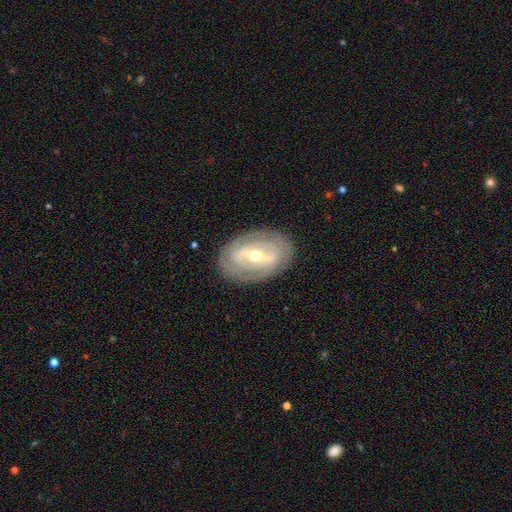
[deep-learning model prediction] A featured or disk galaxy (79%) with a strong bar (60%), spiral arms (60%) and a moderate central bulge (54%).

Vote fractions:
- Smooth or featured? featured or disk: 79% / smooth: 15% / star or artifact: 6%
- Edge-on disk? no: 92% / yes: 8%
- Bar? strong: 60% / weak: 29% / no: 11%
- Spiral arms? yes: 60% / no: 40%
- Bulge size? moderate: 54% / small: 42% / large: 2% / dominant: 1% / none: 1%
- Merging? none: 83% / minor disturbance: 12% / major disturbance: 4% / merger: 1%